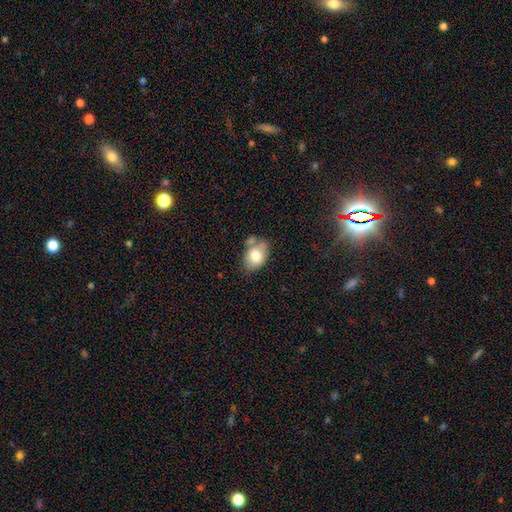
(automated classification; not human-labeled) Smooth or featured? Predicted: smooth (p=0.76). How rounded? Predicted: in between (p=0.79). Merging? Predicted: none (p=0.48).